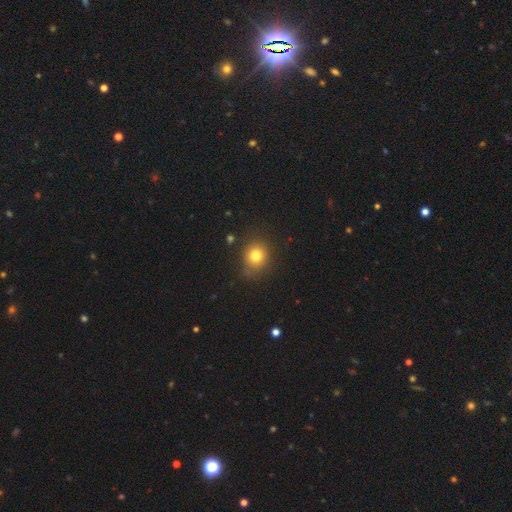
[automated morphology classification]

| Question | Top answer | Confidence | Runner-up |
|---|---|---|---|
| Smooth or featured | smooth | 79% | star or artifact (13%) |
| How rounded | round | 76% | in between (23%) |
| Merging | none | 79% | minor disturbance (15%) |